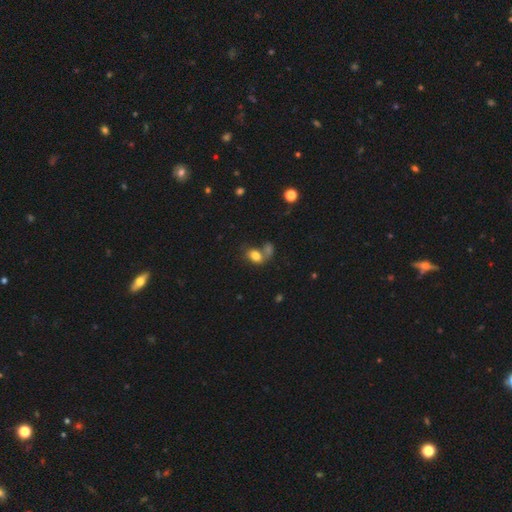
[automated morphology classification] Smooth or featured? Predicted: smooth (p=0.78). How rounded? Predicted: in between (p=0.76). Merging? Predicted: merger (p=0.47).